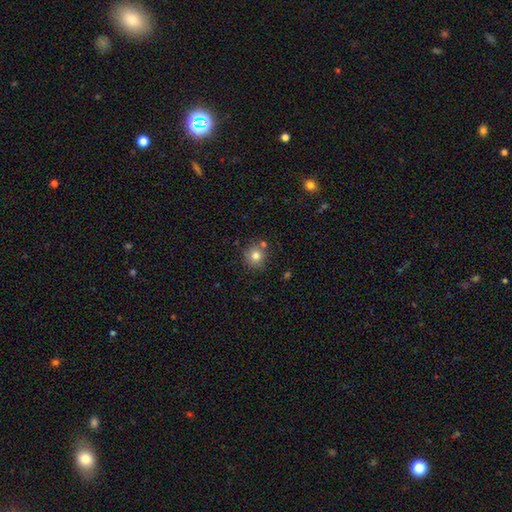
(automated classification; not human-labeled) Smooth or featured: smooth — 80% (star or artifact — 12%)
How rounded: round — 91% (in between — 8%)
Merging: none — 75% (merger — 11%)